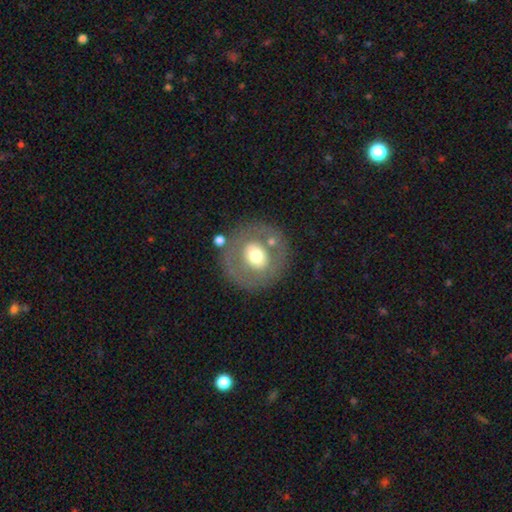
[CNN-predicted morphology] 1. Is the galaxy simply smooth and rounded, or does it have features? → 49% smooth, 43% featured or disk, 8% star or artifact.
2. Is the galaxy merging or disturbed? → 76% none, 12% minor disturbance, 8% major disturbance, 5% merger.